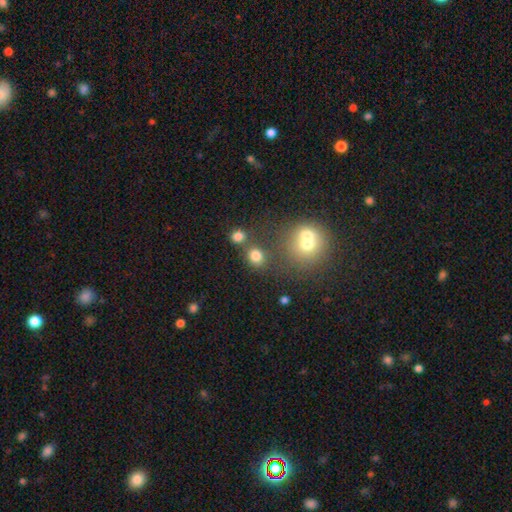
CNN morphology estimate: This is likely a smooth galaxy (77%). How rounded: likely round (73%). Merging: likely none (66%).